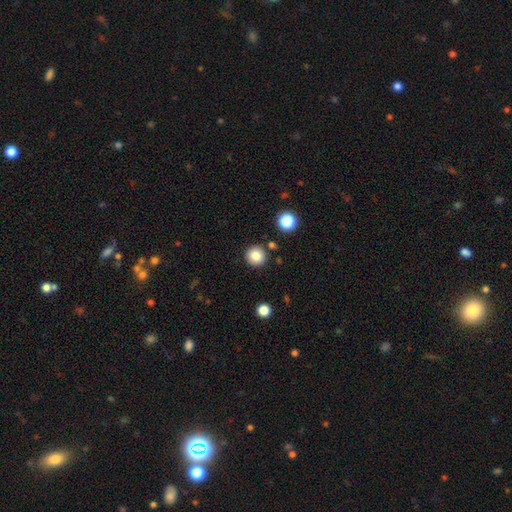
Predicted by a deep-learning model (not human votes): A smooth galaxy with no disk features (85%) that is round (94%). Merging: none (89%).